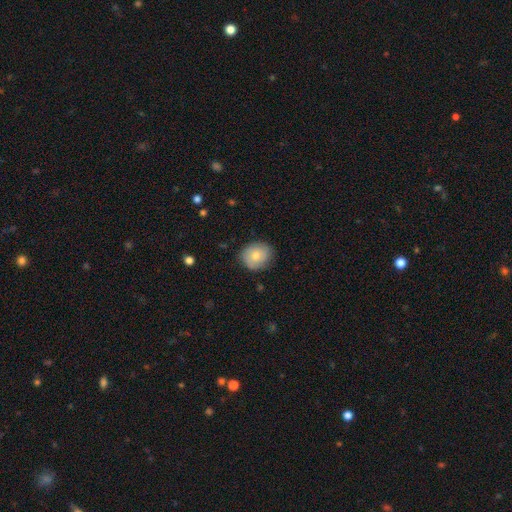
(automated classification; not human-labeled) A smooth galaxy with no disk features (72%) that is round (72%).

Vote fractions:
- Smooth or featured? smooth: 72% / featured or disk: 21% / star or artifact: 7%
- How rounded? round: 72% / in between: 27% / cigar-shaped: 1%
- Merging? none: 80% / minor disturbance: 16% / major disturbance: 3% / merger: 1%